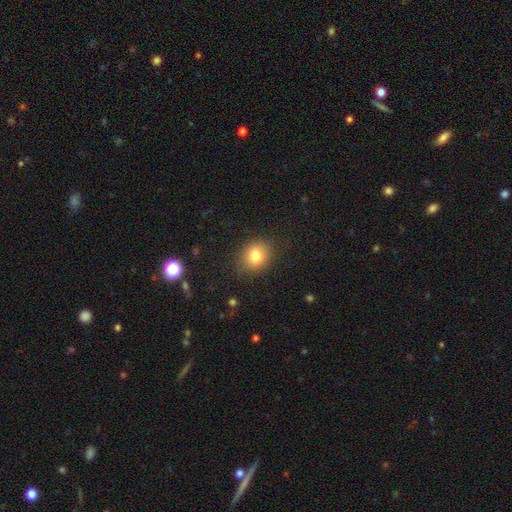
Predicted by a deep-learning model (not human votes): A smooth galaxy with no disk features (79%) that is round (64%).

Vote fractions:
- Smooth or featured? smooth: 79% / star or artifact: 11% / featured or disk: 9%
- How rounded? round: 64% / in between: 35% / cigar-shaped: 1%
- Merging? none: 83% / minor disturbance: 12% / major disturbance: 3% / merger: 1%